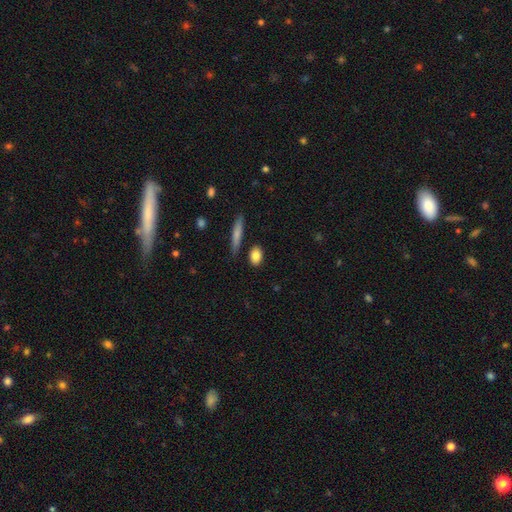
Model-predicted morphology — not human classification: smooth 84%, featured or disk 8%, star or artifact 7%. Down the decision tree: how rounded — in between (70%); merging — none (82%).